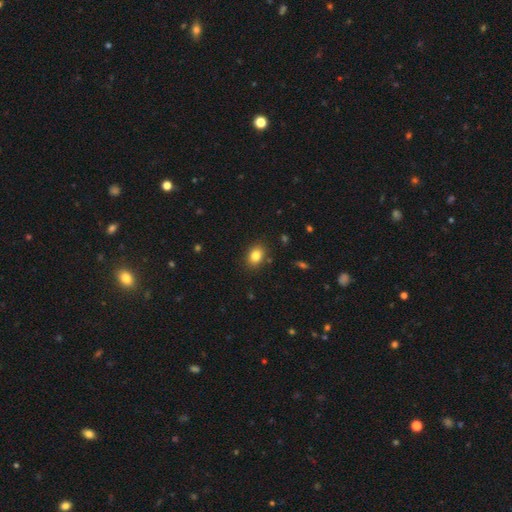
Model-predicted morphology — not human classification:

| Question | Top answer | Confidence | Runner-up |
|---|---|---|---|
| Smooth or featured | smooth | 83% | star or artifact (10%) |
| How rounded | in between | 66% | round (33%) |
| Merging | none | 86% | minor disturbance (10%) |